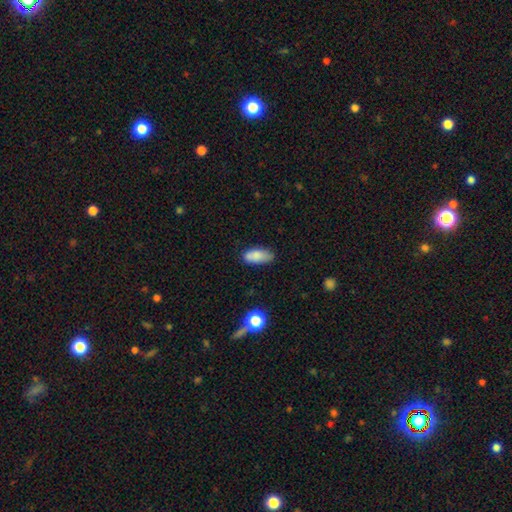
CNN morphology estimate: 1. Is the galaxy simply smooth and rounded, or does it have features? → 82% smooth, 10% featured or disk, 8% star or artifact.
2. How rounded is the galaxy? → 86% in between, 11% cigar-shaped, 3% round.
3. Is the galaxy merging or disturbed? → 70% none, 23% minor disturbance, 4% major disturbance, 3% merger.